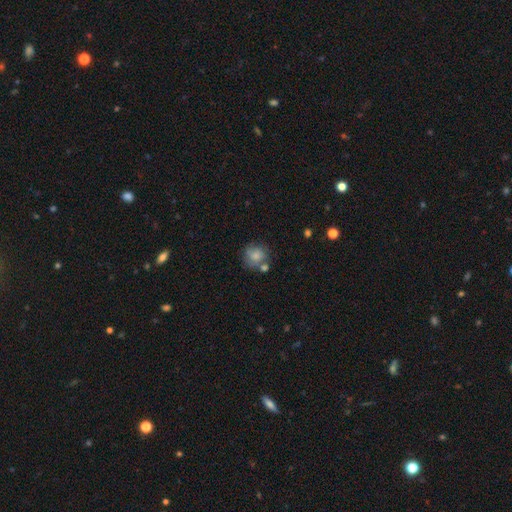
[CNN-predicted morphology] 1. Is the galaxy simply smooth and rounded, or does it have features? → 73% smooth, 18% featured or disk, 9% star or artifact.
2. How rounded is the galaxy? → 81% round, 18% in between, 1% cigar-shaped.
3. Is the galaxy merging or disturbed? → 52% none, 20% merger, 20% minor disturbance, 8% major disturbance.